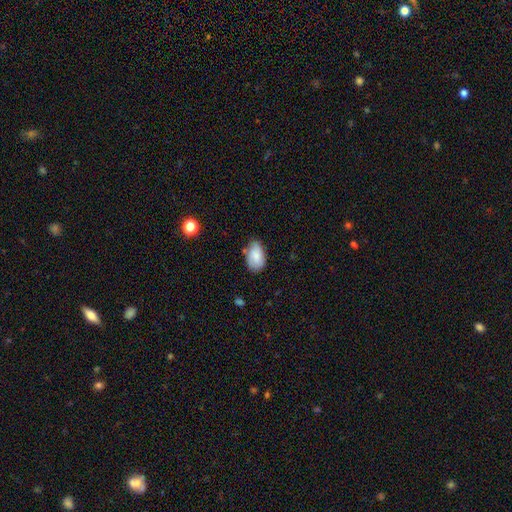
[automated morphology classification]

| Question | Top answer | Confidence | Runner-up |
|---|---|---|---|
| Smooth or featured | smooth | 77% | featured or disk (16%) |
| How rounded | in between | 90% | round (8%) |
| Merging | none | 65% | minor disturbance (27%) |